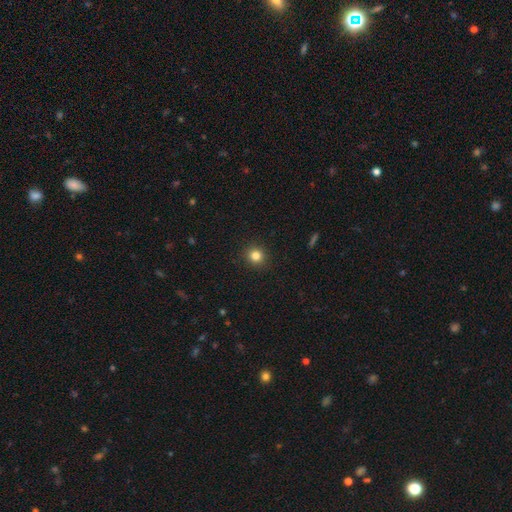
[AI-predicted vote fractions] Q: Smooth or featured?
A: smooth (83%); runner-up: star or artifact (12%)
Q: How rounded?
A: round (92%); runner-up: in between (7%)
Q: Merging?
A: none (92%); runner-up: minor disturbance (5%)